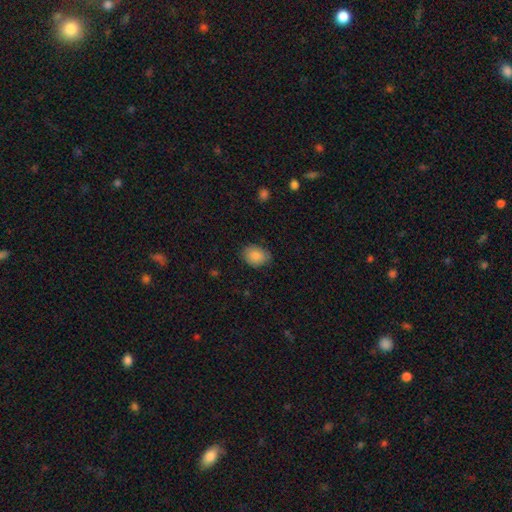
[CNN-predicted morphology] This is clearly a smooth galaxy (87%). How rounded: likely in between (67%). Merging: likely none (77%).